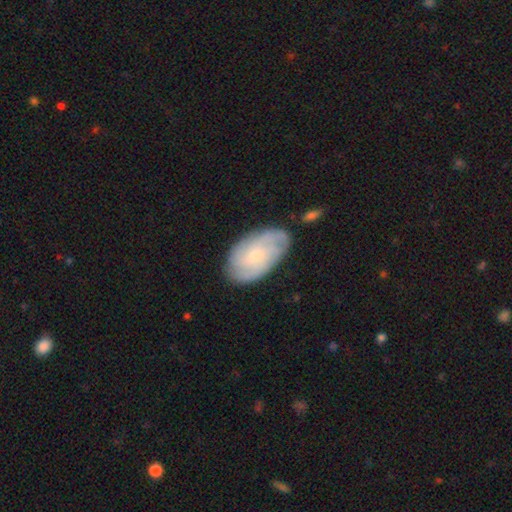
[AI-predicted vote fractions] Smooth or featured: featured or disk — 60% (smooth — 34%)
Edge-on disk: no — 95% (yes — 5%)
Bar: no — 75% (weak — 22%)
Spiral arms: yes — 86% (no — 14%)
Bulge size: small — 69% (moderate — 27%)
Merging: none — 75% (minor disturbance — 18%)